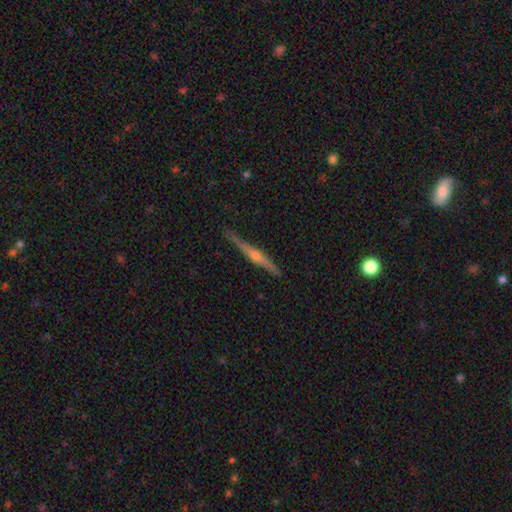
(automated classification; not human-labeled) Smooth or featured? Predicted: featured or disk (p=0.82). Edge-on disk? Predicted: yes (p=0.98). Edge-on bulge? Predicted: rounded (p=0.90). Merging? Predicted: none (p=0.89).